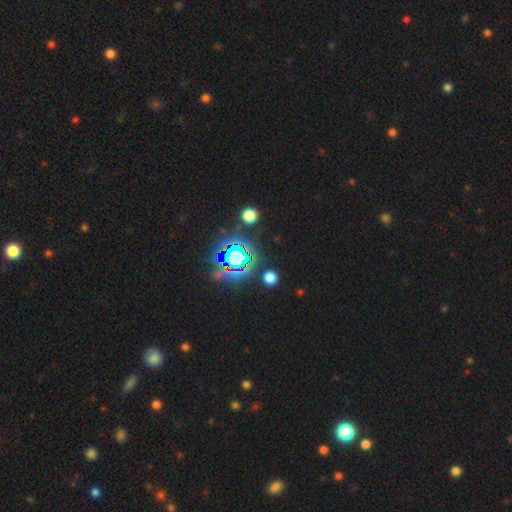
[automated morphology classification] Smooth or featured? Predicted: star or artifact (p=0.82).